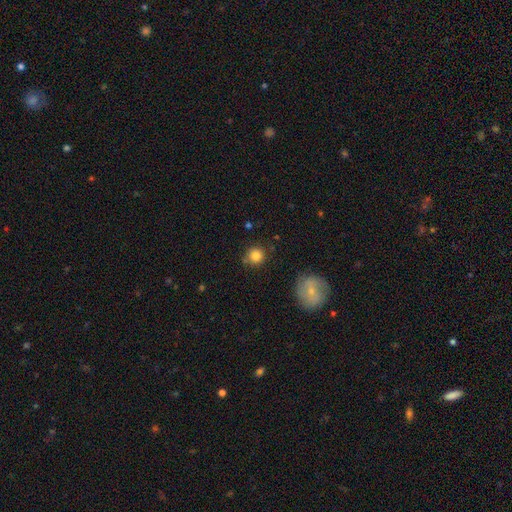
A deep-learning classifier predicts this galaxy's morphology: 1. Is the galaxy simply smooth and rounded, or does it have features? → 82% smooth, 10% star or artifact, 8% featured or disk.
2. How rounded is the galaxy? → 91% round, 8% in between, 1% cigar-shaped.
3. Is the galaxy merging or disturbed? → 80% none, 13% minor disturbance, 4% merger, 3% major disturbance.